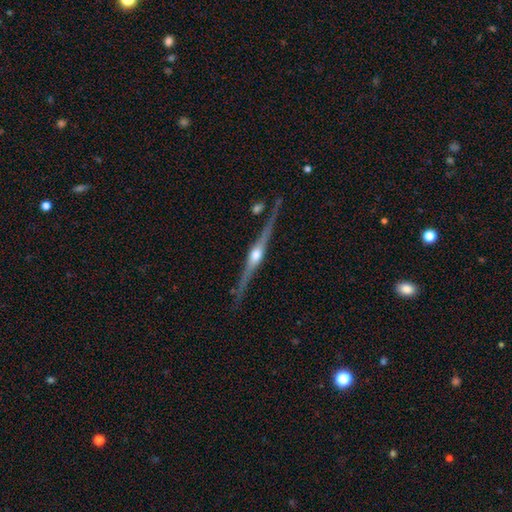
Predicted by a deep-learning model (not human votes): Smooth or featured? featured or disk (90%)
Edge-on disk? yes (98%)
Edge-on bulge? rounded (94%)
Merging? none (88%)